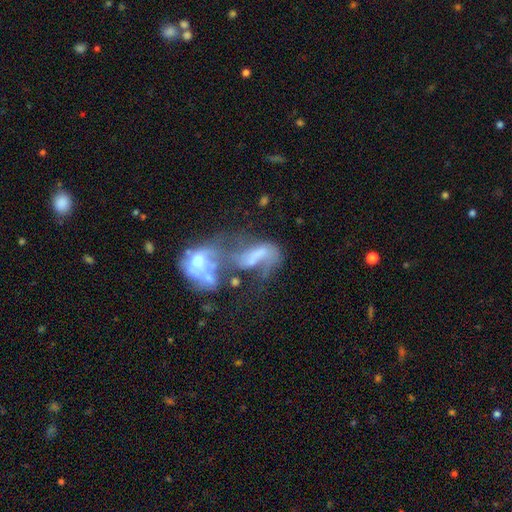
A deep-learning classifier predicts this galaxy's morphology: featured or disk 58%, smooth 28%, star or artifact 14%. Down the decision tree: edge-on disk — no (96%); bar — no (64%); spiral arms — no (63%); bulge size — none (42%); merging — merger (62%).